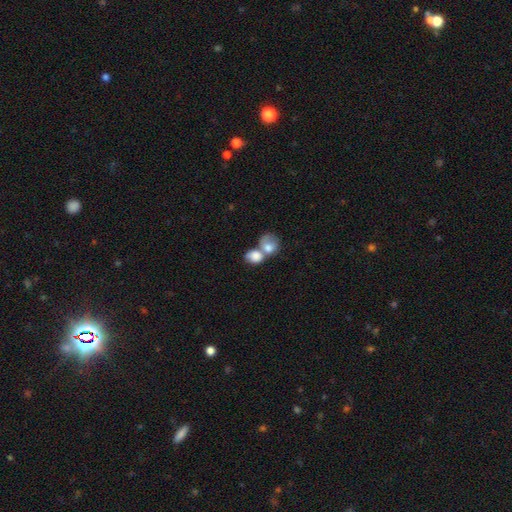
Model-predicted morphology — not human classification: smooth_or_featured: smooth (p=0.78) [alt: featured or disk p=0.15]
how_rounded: in between (p=0.53) [alt: round p=0.45]
merging: merger (p=0.71) [alt: none p=0.17]